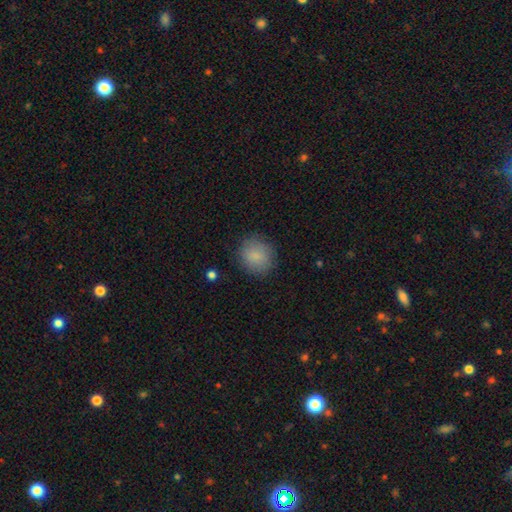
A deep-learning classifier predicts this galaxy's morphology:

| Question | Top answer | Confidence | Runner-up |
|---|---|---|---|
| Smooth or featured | smooth | 86% | star or artifact (8%) |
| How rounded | round | 81% | in between (18%) |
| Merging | none | 84% | minor disturbance (11%) |